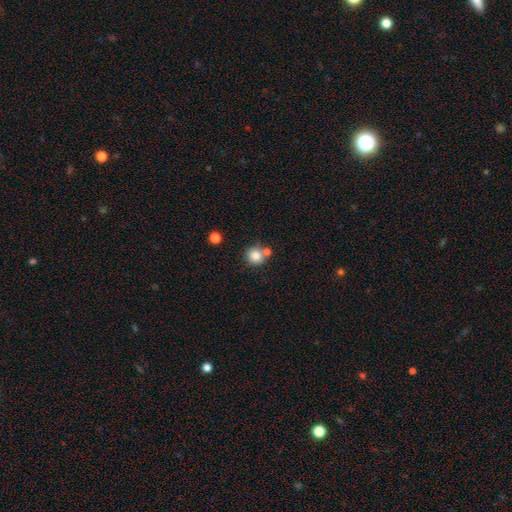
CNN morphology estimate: type=smooth (82%); roundness=round (91%); merging=none (66%).